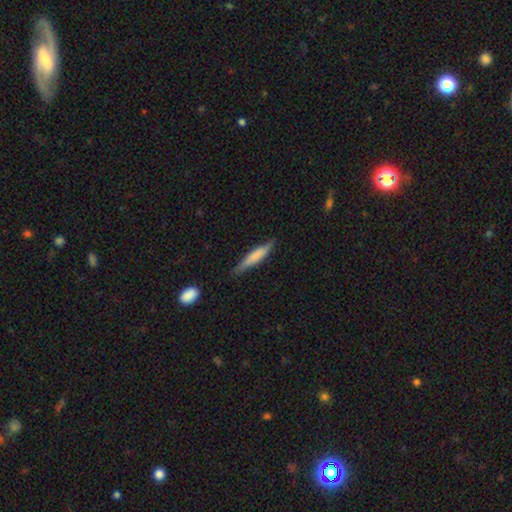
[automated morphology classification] A smooth galaxy with no disk features (65%) that is cigar-shaped (87%). Merging: none (77%).